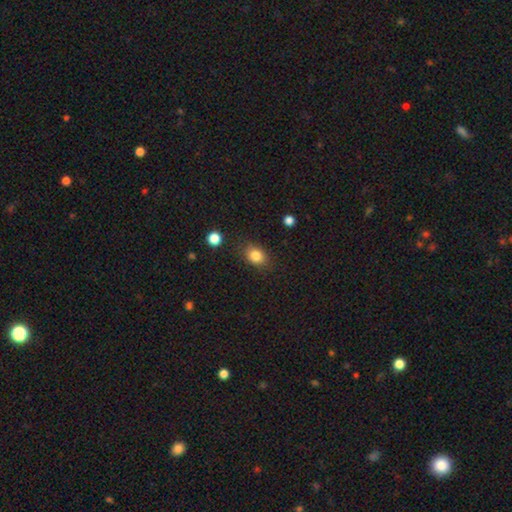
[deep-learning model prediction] Smooth or featured?
  - smooth: 83% *
  - star or artifact: 10%
  - featured or disk: 6%
How rounded?
  - in between: 59% *
  - round: 40%
  - cigar-shaped: 1%
Merging?
  - none: 82% *
  - minor disturbance: 13%
  - major disturbance: 3%
  - merger: 2%